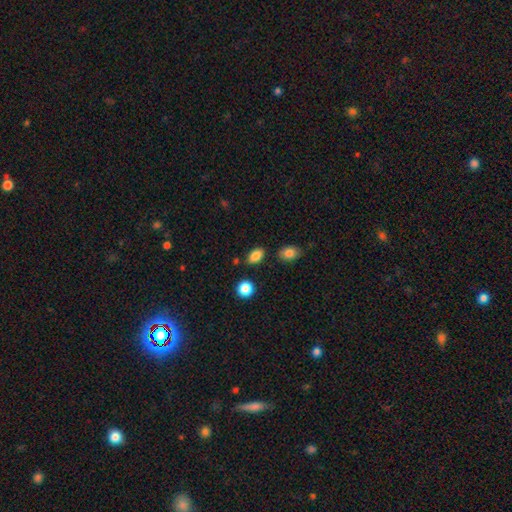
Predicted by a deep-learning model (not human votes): Smooth or featured?
  - smooth: 85% *
  - star or artifact: 10%
  - featured or disk: 5%
How rounded?
  - in between: 87% *
  - round: 11%
  - cigar-shaped: 2%
Merging?
  - none: 82% *
  - minor disturbance: 11%
  - merger: 4%
  - major disturbance: 3%